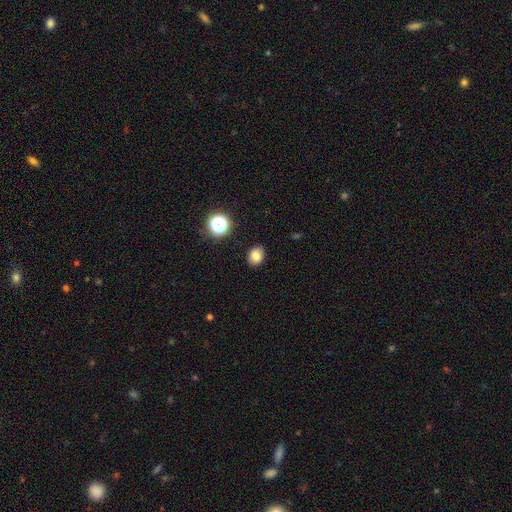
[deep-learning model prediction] smooth 81%, star or artifact 13%, featured or disk 6%. Down the decision tree: how rounded — round (52%); merging — none (89%).